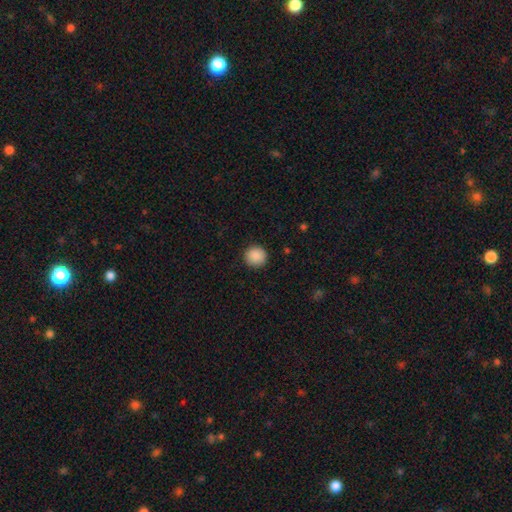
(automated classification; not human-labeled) smooth-or-featured: smooth: 89% | star or artifact: 8% | featured or disk: 3%
  how-rounded: round: 94% | in between: 5% | cigar-shaped: 1%
  merging: none: 92% | minor disturbance: 5% | major disturbance: 2% | merger: 1%